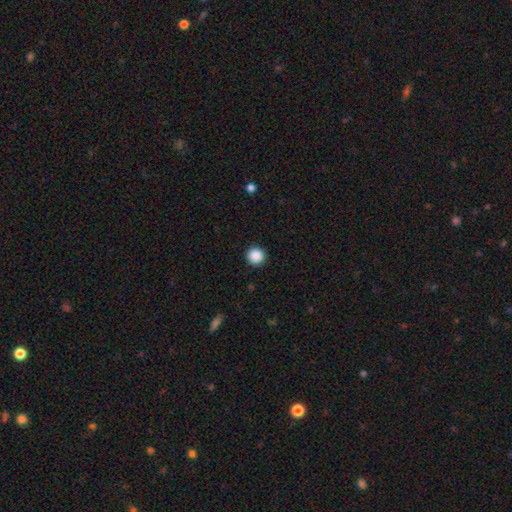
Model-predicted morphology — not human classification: smooth 89%, star or artifact 9%, featured or disk 2%. Down the decision tree: how rounded — round (96%); merging — none (93%).